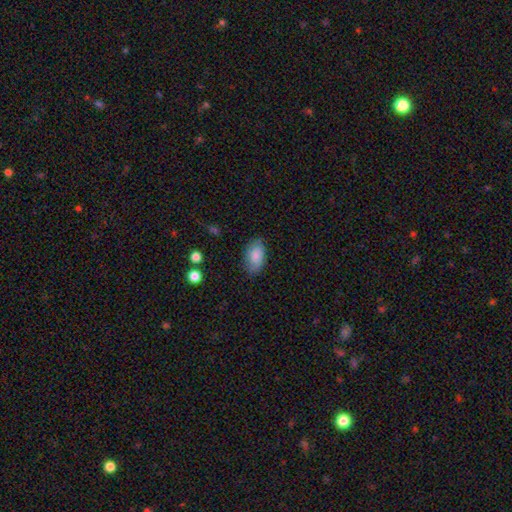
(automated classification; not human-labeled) smooth_or_featured: smooth (p=0.83) [alt: featured or disk p=0.11]
how_rounded: in between (p=0.92) [alt: round p=0.05]
merging: none (p=0.76) [alt: minor disturbance p=0.19]